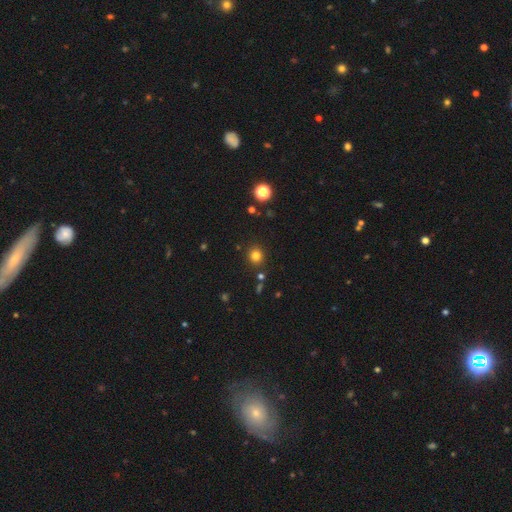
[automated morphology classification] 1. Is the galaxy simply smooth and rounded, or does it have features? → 80% smooth, 15% star or artifact, 5% featured or disk.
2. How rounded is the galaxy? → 89% round, 10% in between, 1% cigar-shaped.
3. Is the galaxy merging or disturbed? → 88% none, 7% minor disturbance, 3% merger, 2% major disturbance.